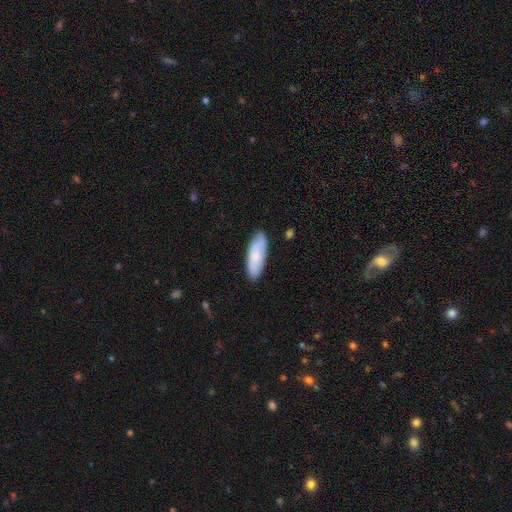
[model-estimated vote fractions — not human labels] Smooth or featured: smooth — 76% (featured or disk — 18%)
How rounded: in between — 66% (cigar-shaped — 32%)
Merging: none — 84% (minor disturbance — 12%)